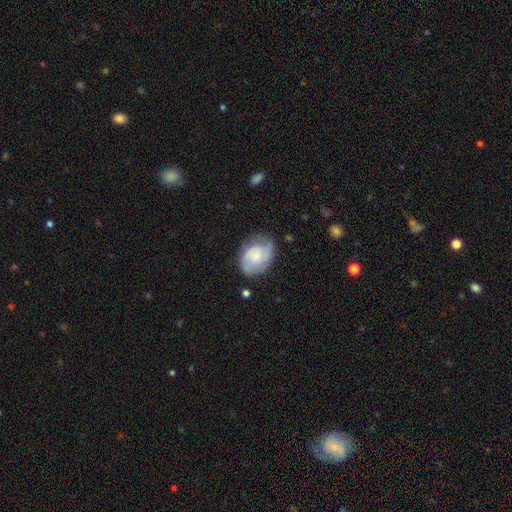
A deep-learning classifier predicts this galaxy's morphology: featured or disk 64%, smooth 29%, star or artifact 7%. Down the decision tree: edge-on disk — no (97%); bar — no (67%); spiral arms — yes (90%); spiral arm count — 2 (69%); spiral winding — medium (46%); bulge size — small (59%); merging — none (66%).